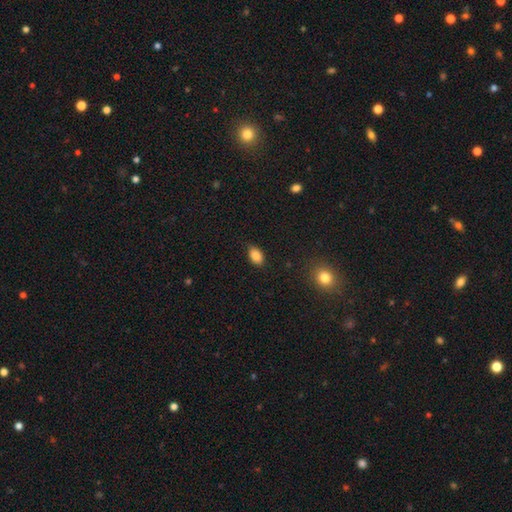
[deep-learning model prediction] smooth 86%, star or artifact 9%, featured or disk 5%. Down the decision tree: how rounded — in between (89%); merging — none (84%).